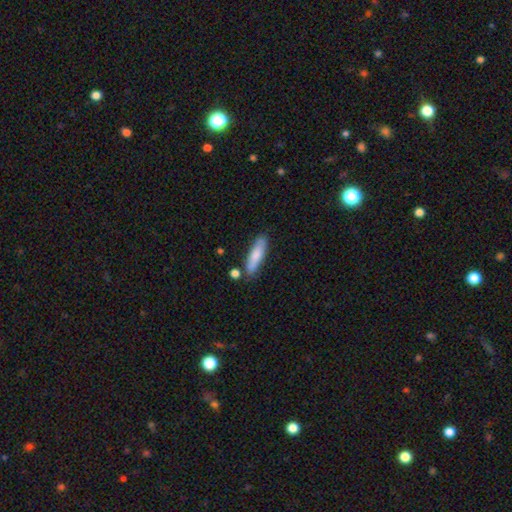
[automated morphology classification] smooth_or_featured: smooth (p=0.79) [alt: featured or disk p=0.15]
how_rounded: cigar-shaped (p=0.68) [alt: in between p=0.30]
merging: none (p=0.76) [alt: minor disturbance p=0.14]